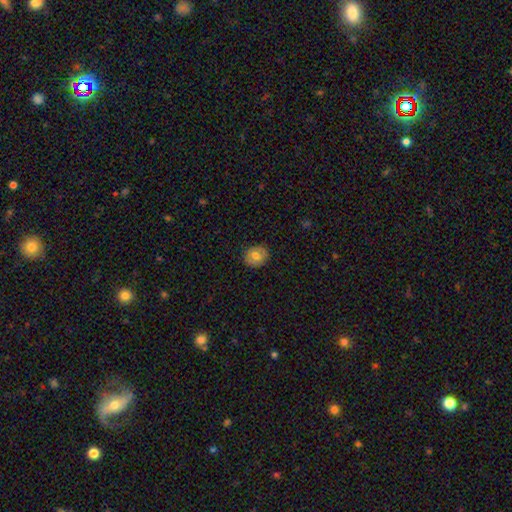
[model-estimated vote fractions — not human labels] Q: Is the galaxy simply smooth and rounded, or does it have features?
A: smooth — 66%.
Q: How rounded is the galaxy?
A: round — 70%.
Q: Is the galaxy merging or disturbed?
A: none — 87%.